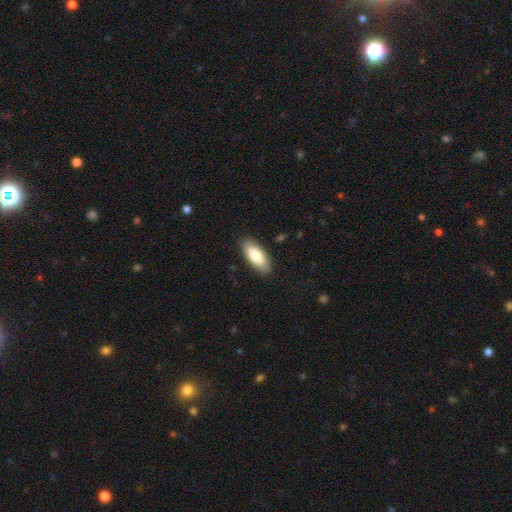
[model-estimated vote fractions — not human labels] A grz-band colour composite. It shows a smooth galaxy with no disk features (78%) that is in between round and cigar-shaped (83%). Merging: none (87%).